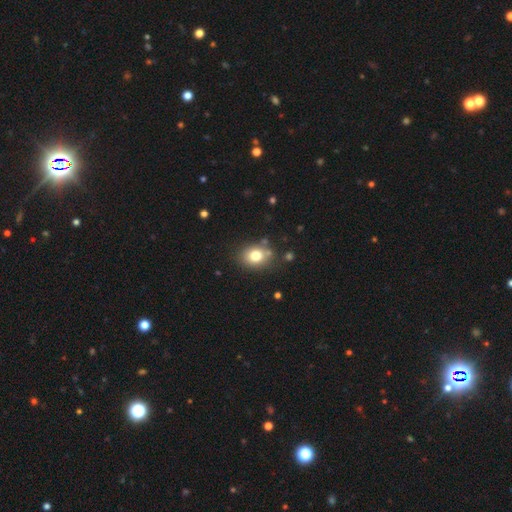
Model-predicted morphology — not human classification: type=smooth (77%); roundness=round (51%); merging=none (78%).